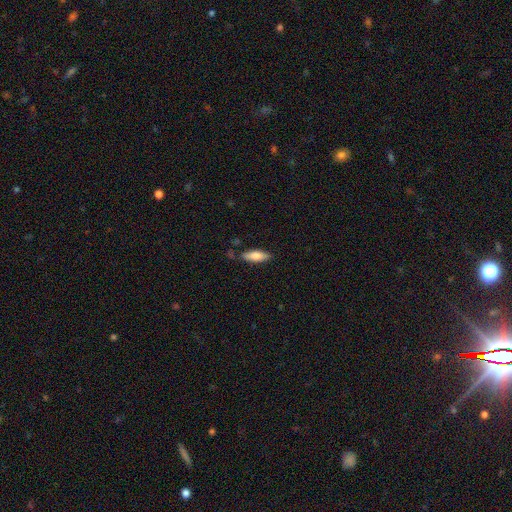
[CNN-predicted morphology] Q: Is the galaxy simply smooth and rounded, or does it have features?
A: smooth — 76%.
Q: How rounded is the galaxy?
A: in between — 61%.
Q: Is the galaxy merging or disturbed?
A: none — 76%.